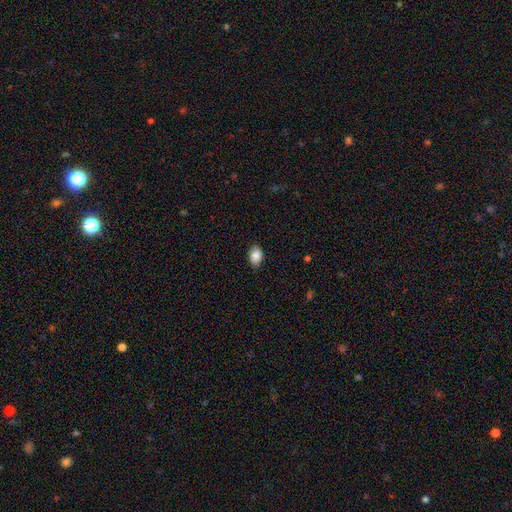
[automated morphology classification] Smooth or featured? Predicted: smooth (p=0.88). How rounded? Predicted: in between (p=0.83). Merging? Predicted: none (p=0.81).